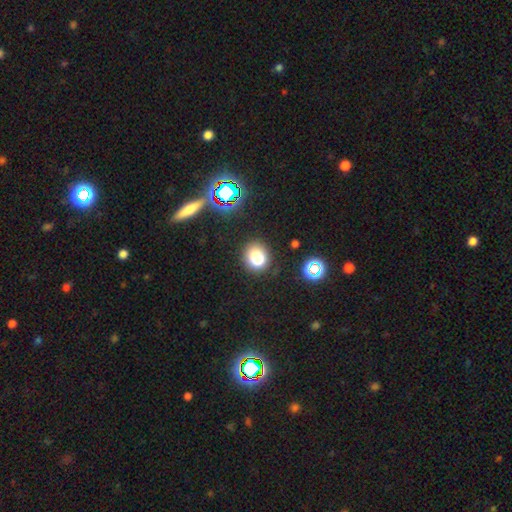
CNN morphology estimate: Q: Smooth or featured?
A: smooth (75%); runner-up: star or artifact (17%)
Q: How rounded?
A: round (67%); runner-up: in between (32%)
Q: Merging?
A: none (81%); runner-up: minor disturbance (11%)